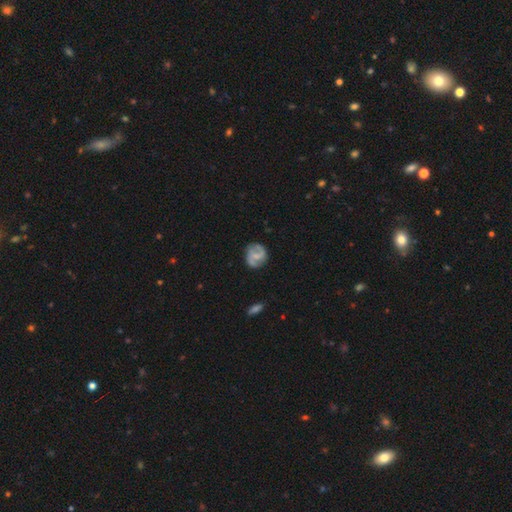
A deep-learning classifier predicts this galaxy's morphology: Smooth or featured? featured or disk (69%)
Edge-on disk? no (98%)
Bar? weak (49%)
Spiral arms? yes (90%)
Spiral winding? medium (47%)
Spiral arm count? 2 (86%)
Bulge size? small (44%)
Merging? none (77%)